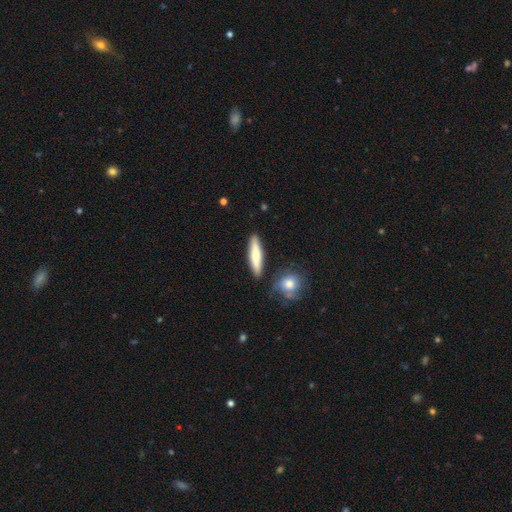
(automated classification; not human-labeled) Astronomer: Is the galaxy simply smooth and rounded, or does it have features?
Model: smooth — 70%.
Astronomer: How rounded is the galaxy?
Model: cigar-shaped — 81%.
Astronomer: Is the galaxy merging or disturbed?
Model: none — 84%.